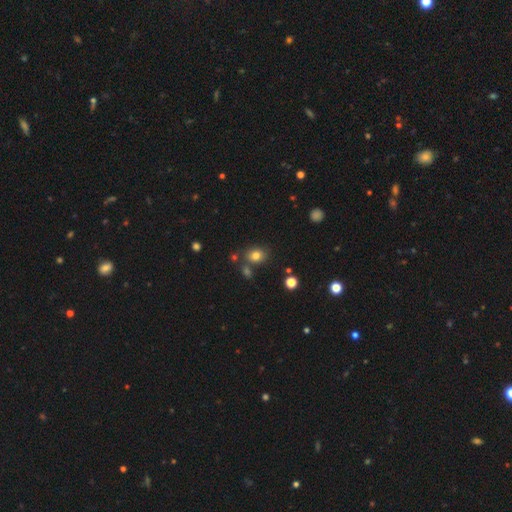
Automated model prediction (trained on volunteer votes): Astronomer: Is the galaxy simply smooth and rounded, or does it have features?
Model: smooth — 79%.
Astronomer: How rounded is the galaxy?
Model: in between — 51% (runner-up: round, 48%).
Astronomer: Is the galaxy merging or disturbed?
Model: none — 73%.